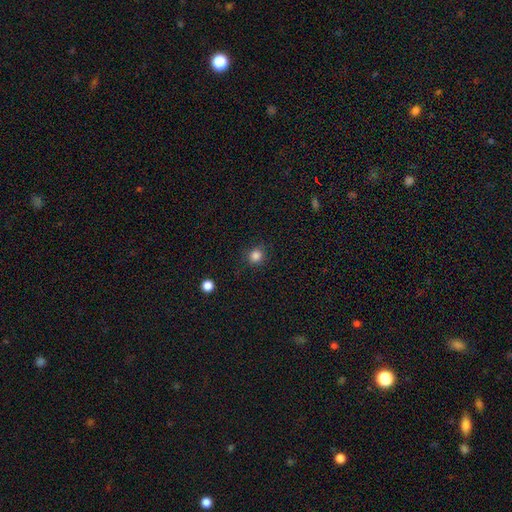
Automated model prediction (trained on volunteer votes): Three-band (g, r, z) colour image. It shows a smooth galaxy with no disk features (84%) that is round (88%). Merging: none (86%).